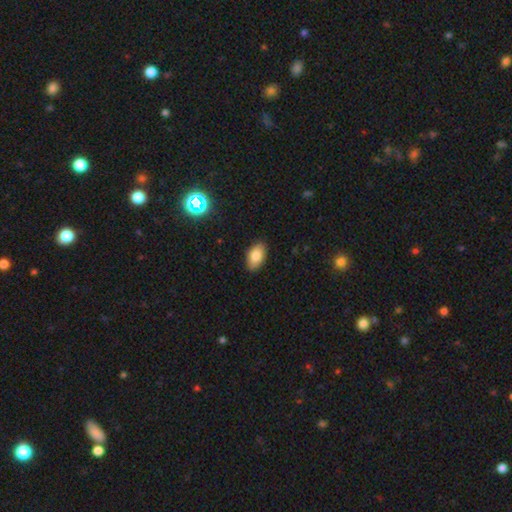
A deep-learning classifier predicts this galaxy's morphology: smooth 83%, star or artifact 9%, featured or disk 9%. Down the decision tree: how rounded — in between (93%); merging — none (86%).